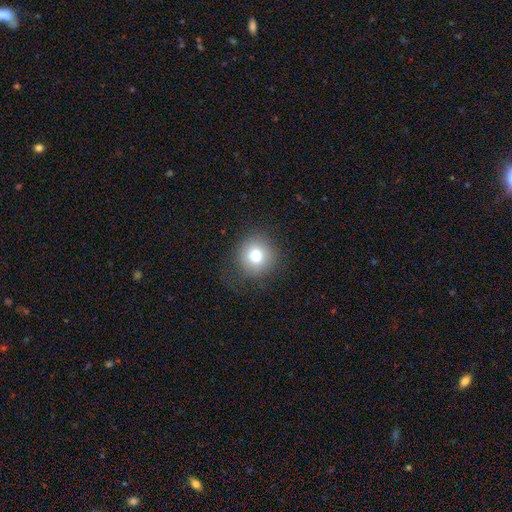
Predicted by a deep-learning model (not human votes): A smooth galaxy with no disk features (74%) that is round (93%). Merging: none (86%).